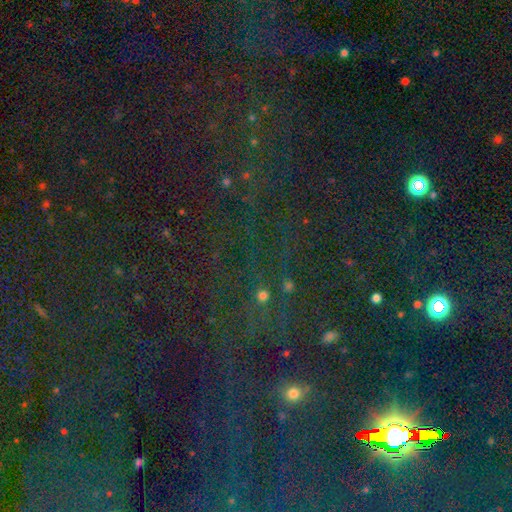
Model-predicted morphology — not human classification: type=star or artifact (83%).